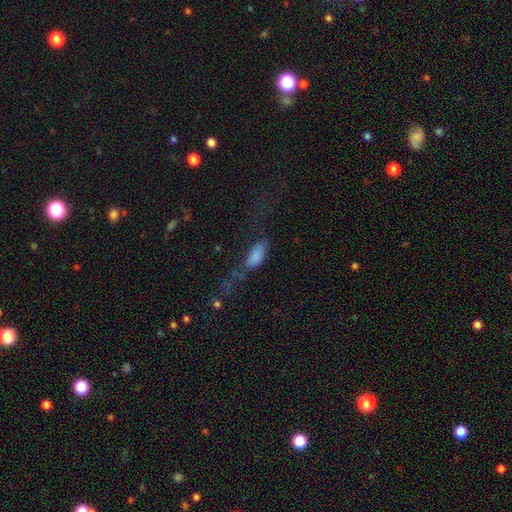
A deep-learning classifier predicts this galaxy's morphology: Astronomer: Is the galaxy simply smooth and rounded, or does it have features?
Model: smooth — 83%.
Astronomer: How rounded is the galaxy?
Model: in between — 84%.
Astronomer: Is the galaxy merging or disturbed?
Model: none — 38% (runner-up: major disturbance, 29%).